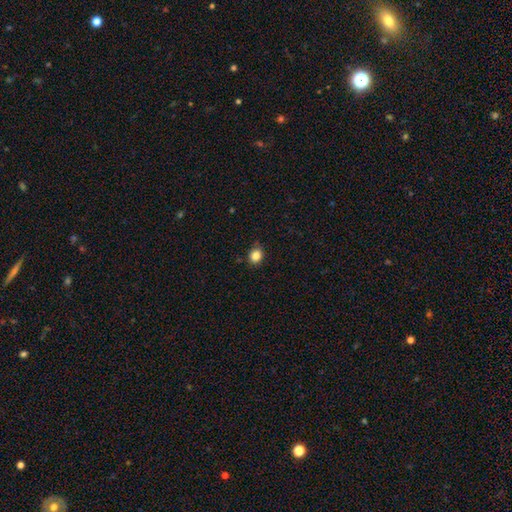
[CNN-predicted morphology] Smooth or featured?
  - smooth: 85% *
  - star or artifact: 11%
  - featured or disk: 4%
How rounded?
  - round: 63% *
  - in between: 36%
  - cigar-shaped: 1%
Merging?
  - none: 78% *
  - minor disturbance: 17%
  - major disturbance: 3%
  - merger: 1%